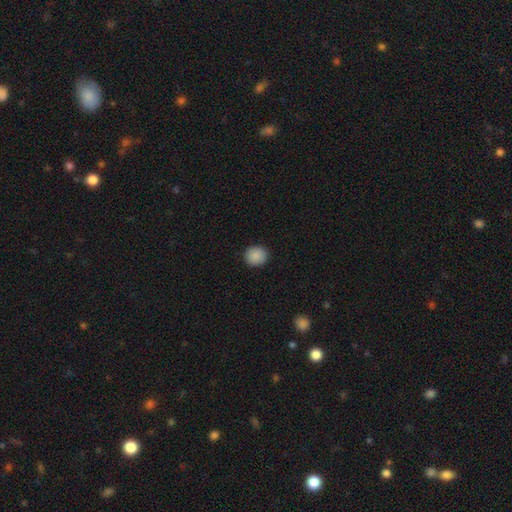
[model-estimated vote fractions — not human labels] Overall: smooth (89%). How rounded: round (81%). Merging: none (91%).